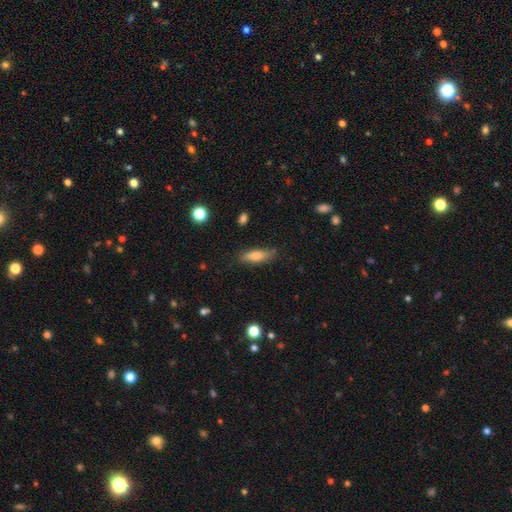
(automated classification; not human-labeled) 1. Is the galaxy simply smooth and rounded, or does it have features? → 72% smooth, 20% featured or disk, 8% star or artifact.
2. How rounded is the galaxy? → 52% cigar-shaped, 45% in between, 2% round.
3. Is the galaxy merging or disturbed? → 81% none, 15% minor disturbance, 3% major disturbance, 2% merger.